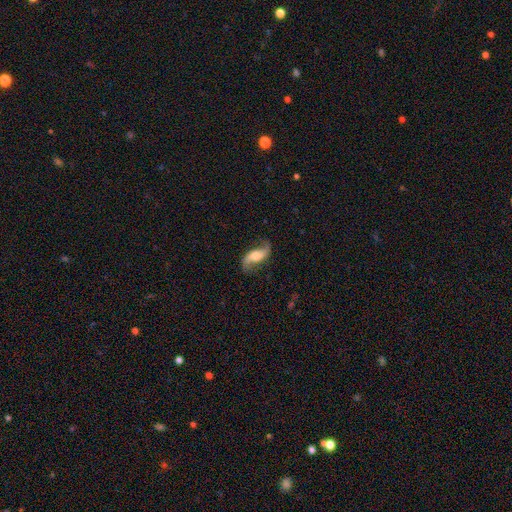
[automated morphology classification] Smooth or featured: featured or disk — 83% (smooth — 12%)
Edge-on disk: no — 94% (yes — 6%)
Bar: no — 50% (weak — 33%)
Spiral arms: yes — 95% (no — 5%)
Spiral winding: loose — 84% (medium — 12%)
Spiral arm count: 2 — 93% (1 — 2%)
Bulge size: moderate — 58% (small — 23%)
Merging: none — 81% (minor disturbance — 13%)